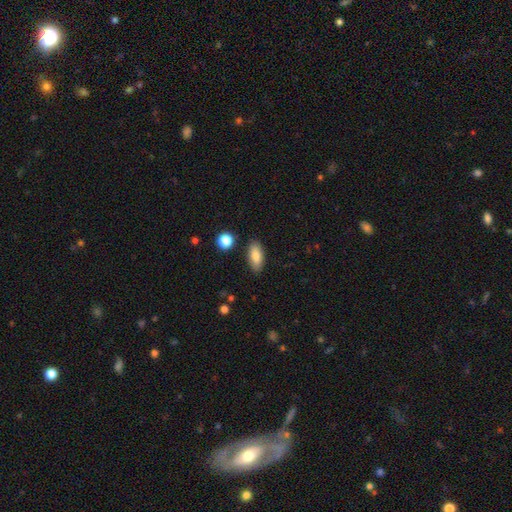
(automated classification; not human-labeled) A smooth galaxy with no disk features (82%) that is in between round and cigar-shaped (84%). Merging: none (87%).